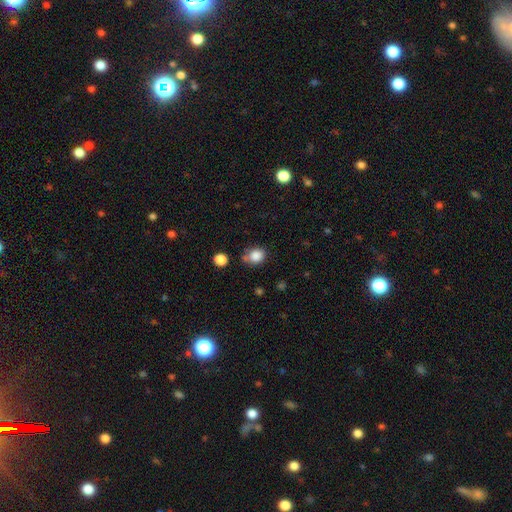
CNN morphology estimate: The model was most divided on "how rounded": round: 69%, in between: 30%, cigar-shaped: 1%. More confident: smooth or featured — smooth (85%); merging — none (63%).